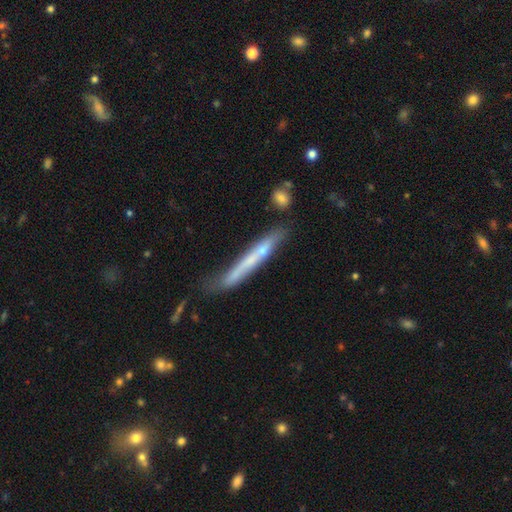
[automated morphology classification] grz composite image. It shows a featured or disk galaxy (53%) viewed edge-on (87%). Merging: none (58%).